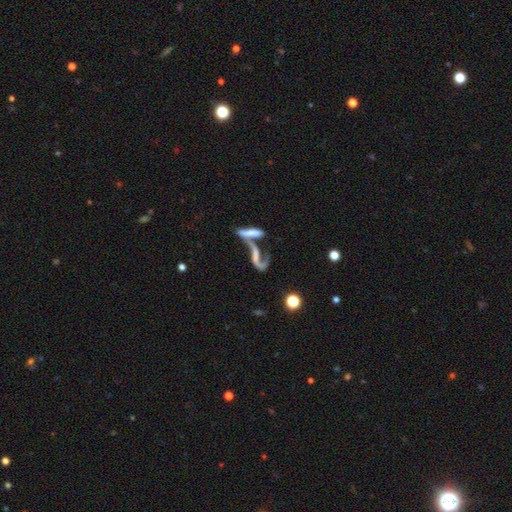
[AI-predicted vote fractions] The model was most divided on "bulge size": none: 53%, small: 25%, moderate: 14%, large: 5%, dominant: 2%. More confident: edge-on disk — no (81%); spiral arms — yes (70%); smooth or featured — featured or disk (67%); bar — no (57%); merging — merger (57%).